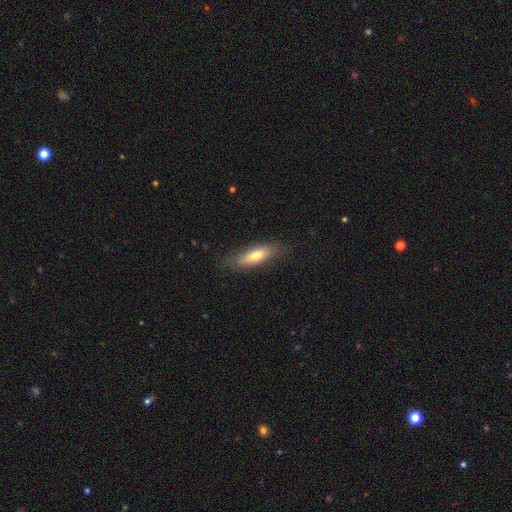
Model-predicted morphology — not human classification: Smooth or featured: smooth — 71% (featured or disk — 23%)
How rounded: in between — 50% (cigar-shaped — 48%)
Merging: none — 79% (minor disturbance — 16%)